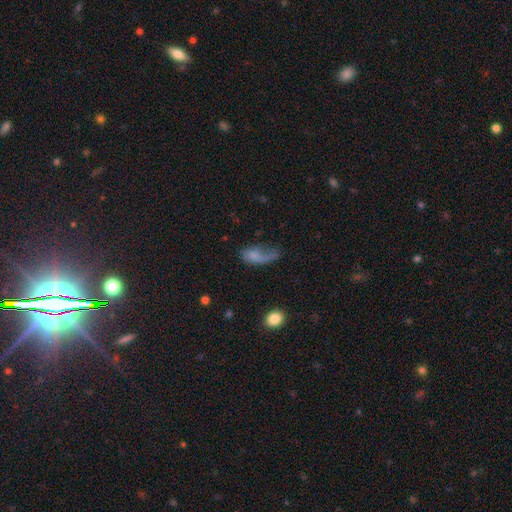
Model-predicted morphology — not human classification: This is possibly a smooth galaxy (59%). How rounded: clearly in between (81%). Merging: possibly major disturbance (46%).